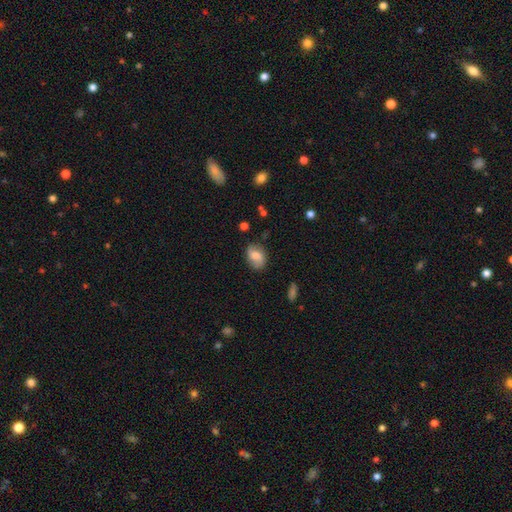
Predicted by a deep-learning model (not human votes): This appears to be a smooth galaxy with no disk features (64%) that is in between round and cigar-shaped (76%). Merging: none (73%).